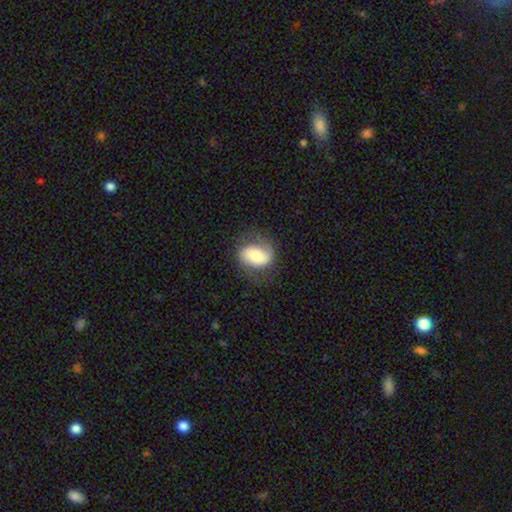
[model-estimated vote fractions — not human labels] Overall: smooth (51%; featured or disk 41%). How rounded: in between (76%). Merging: none (66%).